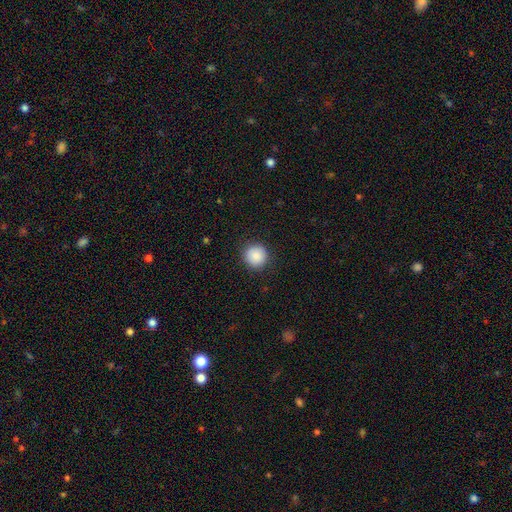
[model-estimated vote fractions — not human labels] smooth-or-featured: smooth: 87% | star or artifact: 8% | featured or disk: 4%
  how-rounded: round: 94% | in between: 5% | cigar-shaped: 1%
  merging: none: 90% | minor disturbance: 7% | major disturbance: 2% | merger: 1%